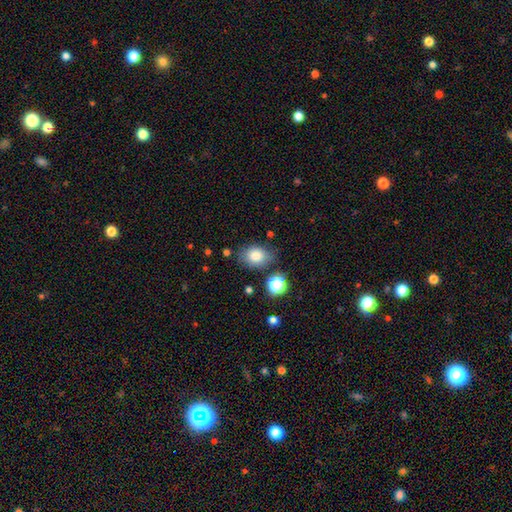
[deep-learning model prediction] smooth-or-featured: smooth: 81% | star or artifact: 10% | featured or disk: 9%
  how-rounded: in between: 67% | round: 32% | cigar-shaped: 1%
  merging: none: 75% | minor disturbance: 16% | merger: 5% | major disturbance: 4%